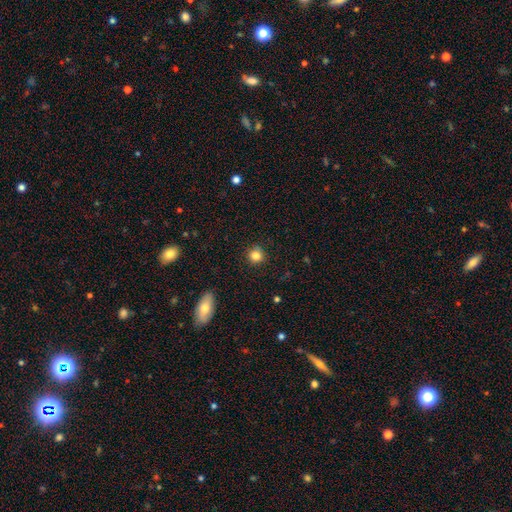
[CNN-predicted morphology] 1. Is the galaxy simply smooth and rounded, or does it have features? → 83% smooth, 11% star or artifact, 6% featured or disk.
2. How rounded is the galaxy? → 89% round, 9% in between, 1% cigar-shaped.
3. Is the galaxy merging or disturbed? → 88% none, 9% minor disturbance, 2% major disturbance, 1% merger.